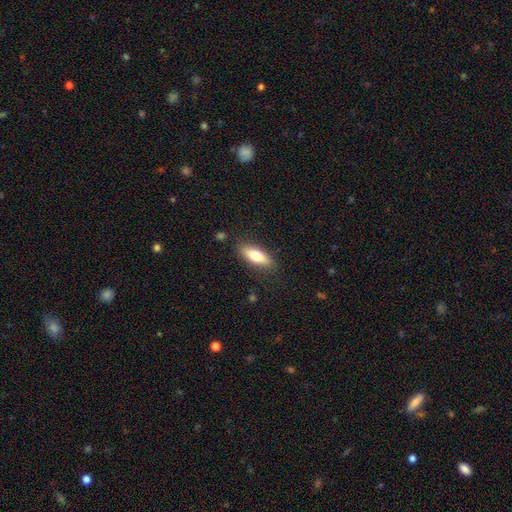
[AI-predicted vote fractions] smooth_or_featured: smooth (p=0.72) [alt: featured or disk p=0.22]
how_rounded: in between (p=0.64) [alt: cigar-shaped p=0.33]
merging: none (p=0.85) [alt: minor disturbance p=0.11]